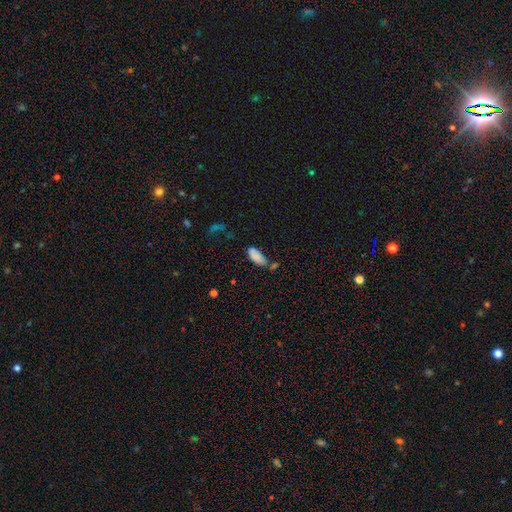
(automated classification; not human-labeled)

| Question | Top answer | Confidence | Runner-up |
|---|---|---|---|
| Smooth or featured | smooth | 80% | featured or disk (10%) |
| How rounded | in between | 86% | cigar-shaped (11%) |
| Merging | none | 45% | minor disturbance (26%) |